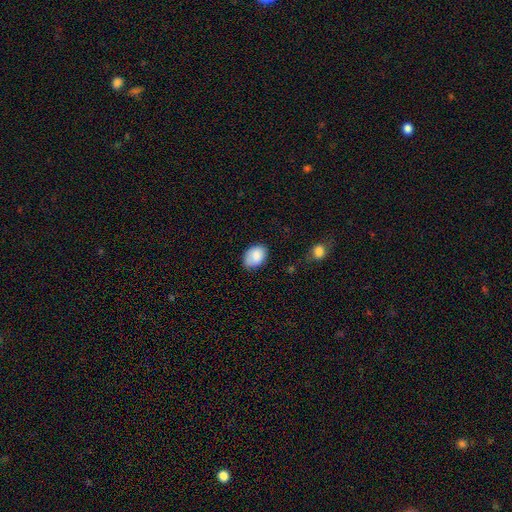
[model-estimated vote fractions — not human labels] smooth_or_featured: smooth (p=0.86) [alt: featured or disk p=0.07]
how_rounded: in between (p=0.78) [alt: round p=0.21]
merging: none (p=0.74) [alt: minor disturbance p=0.20]